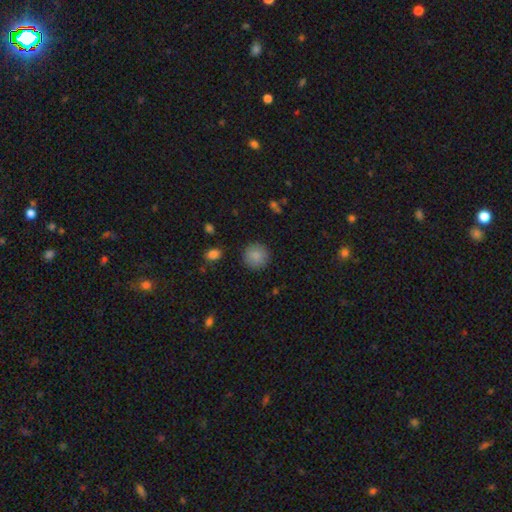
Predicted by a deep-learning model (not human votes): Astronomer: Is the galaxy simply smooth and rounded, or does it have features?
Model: smooth — 87%.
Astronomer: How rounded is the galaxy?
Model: round — 94%.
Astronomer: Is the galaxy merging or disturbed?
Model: none — 89%.